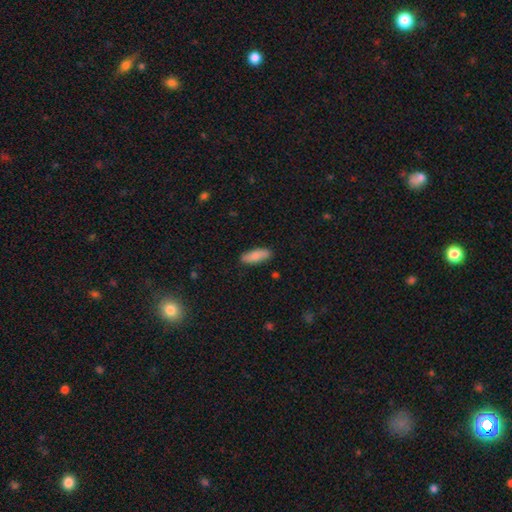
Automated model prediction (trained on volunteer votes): Morphology: type=smooth (85%); roundness=in between (66%); merging=none (87%).